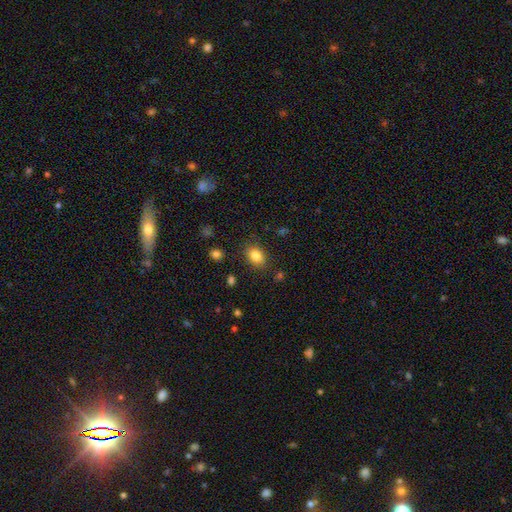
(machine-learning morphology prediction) smooth 84%, star or artifact 10%, featured or disk 7%. Down the decision tree: how rounded — in between (71%); merging — none (84%).